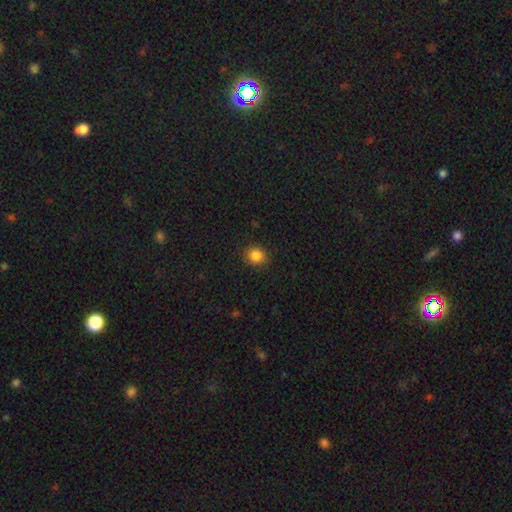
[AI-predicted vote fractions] Overall: smooth (85%). How rounded: round (80%). Merging: none (89%).